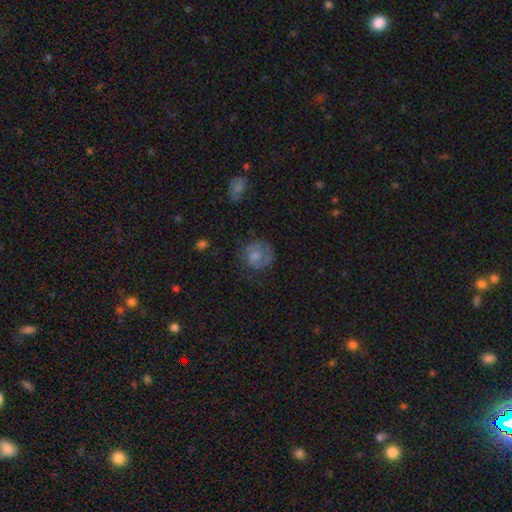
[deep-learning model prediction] smooth-or-featured: featured or disk: 51% | smooth: 40% | star or artifact: 9%
  disk-edge-on: no: 98% | yes: 2%
  merging: none: 64% | minor disturbance: 20% | major disturbance: 14% | merger: 2%